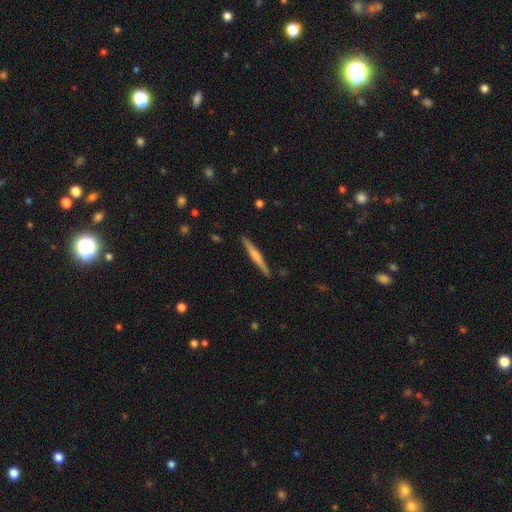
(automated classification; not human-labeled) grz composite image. It shows a featured or disk galaxy (57%) viewed edge-on (98%) with a rounded central bulge (61%). Merging: none (90%).